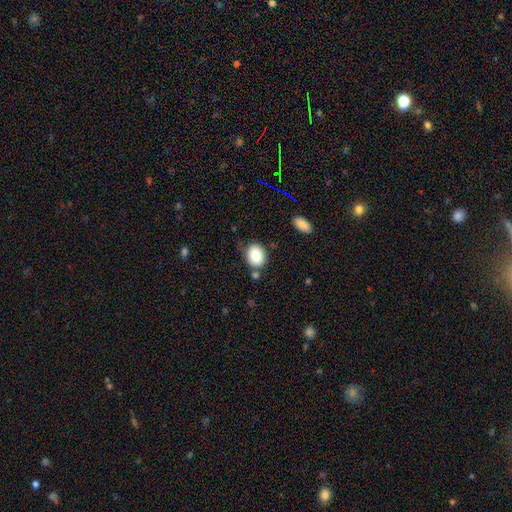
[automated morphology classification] This is clearly a smooth galaxy (81%). How rounded: possibly round (56%). Merging: likely none (73%).